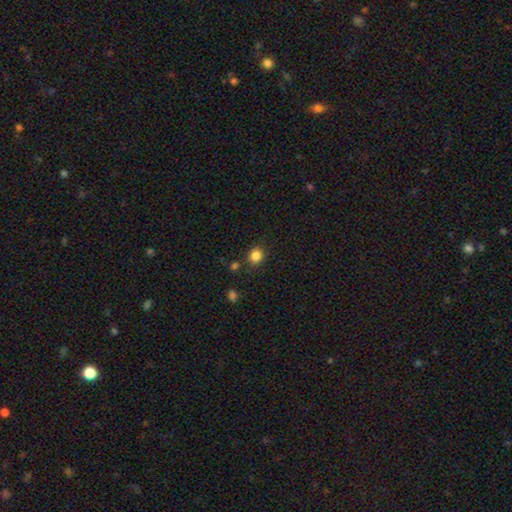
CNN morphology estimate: Smooth or featured? Predicted: smooth (p=0.85). How rounded? Predicted: round (p=0.72). Merging? Predicted: none (p=0.82).